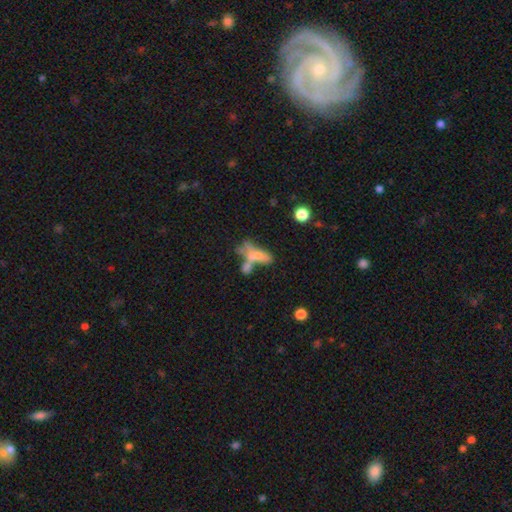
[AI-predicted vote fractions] Smooth or featured: smooth — 48% (featured or disk — 39%)
Merging: merger — 50% (none — 21%)